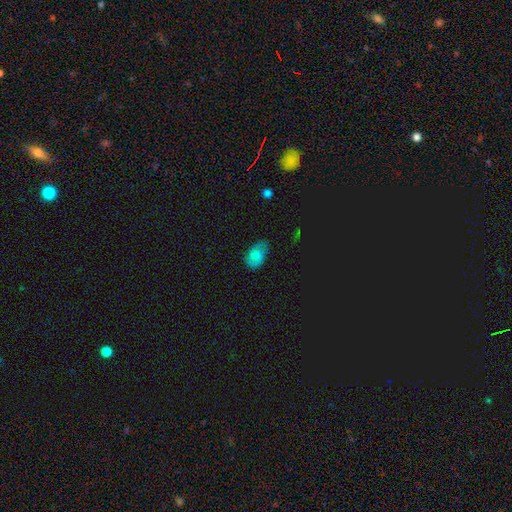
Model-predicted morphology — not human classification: smooth-or-featured: smooth: 73% | featured or disk: 14% | star or artifact: 13%
  how-rounded: in between: 89% | round: 9% | cigar-shaped: 2%
  merging: none: 57% | minor disturbance: 32% | major disturbance: 9% | merger: 2%